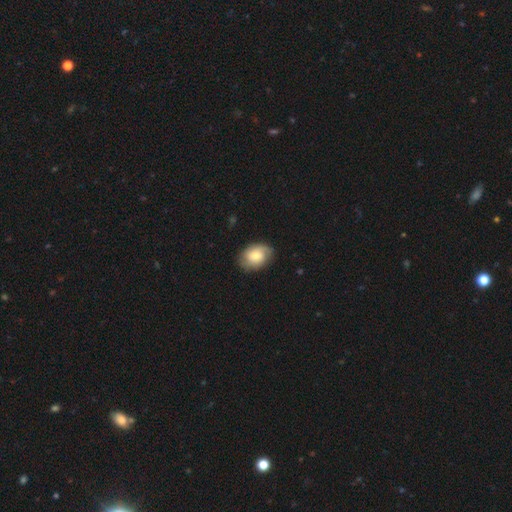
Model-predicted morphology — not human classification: smooth-or-featured: smooth: 55% | featured or disk: 38% | star or artifact: 7%
  how-rounded: in between: 72% | round: 27% | cigar-shaped: 1%
  merging: none: 75% | minor disturbance: 19% | major disturbance: 5% | merger: 1%